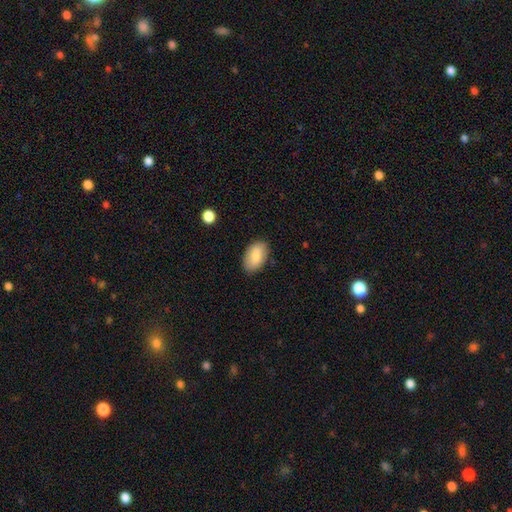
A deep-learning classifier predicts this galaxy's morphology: This appears to be a smooth galaxy with no disk features (83%) that is in between round and cigar-shaped (94%). Merging: none (84%).